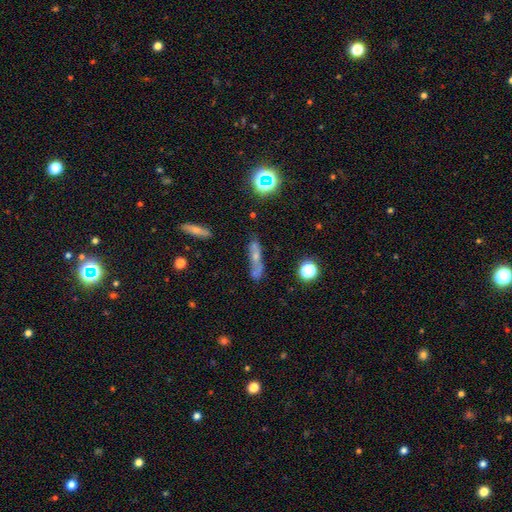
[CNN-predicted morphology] Smooth or featured?
  - smooth: 46% *
  - featured or disk: 36%
  - star or artifact: 18%
Merging?
  - none: 46% *
  - merger: 21%
  - minor disturbance: 20%
  - major disturbance: 13%